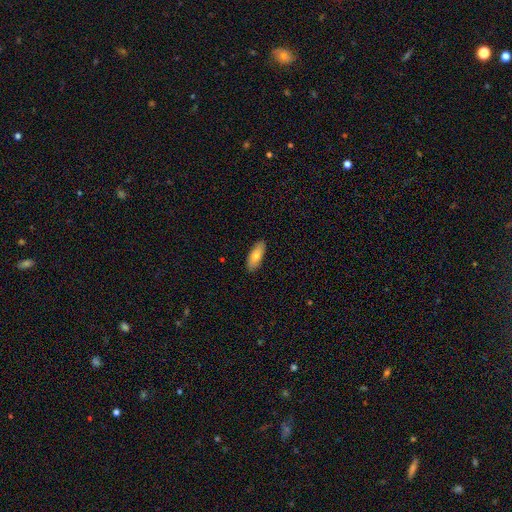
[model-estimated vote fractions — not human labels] The model was most divided on "how rounded": in between: 77%, cigar-shaped: 21%, round: 2%. More confident: merging — none (89%); smooth or featured — smooth (77%).